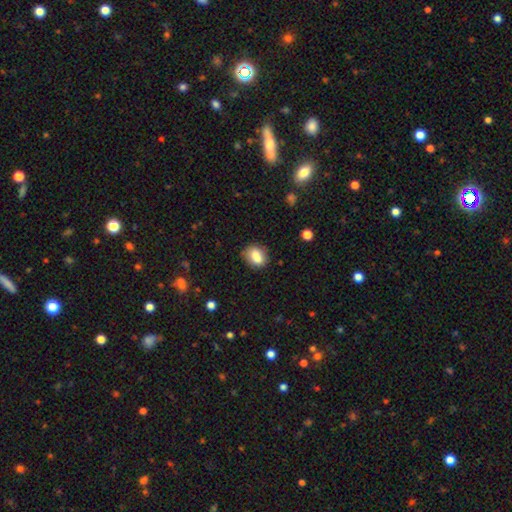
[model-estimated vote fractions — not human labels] This is likely a smooth galaxy (79%). How rounded: possibly in between (59%). Merging: likely none (69%).